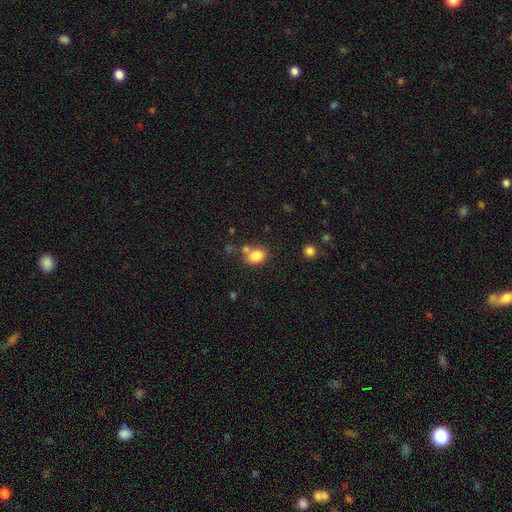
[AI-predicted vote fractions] The model was most divided on "how rounded": in between: 59%, round: 40%, cigar-shaped: 1%. More confident: smooth or featured — smooth (84%); merging — none (60%).